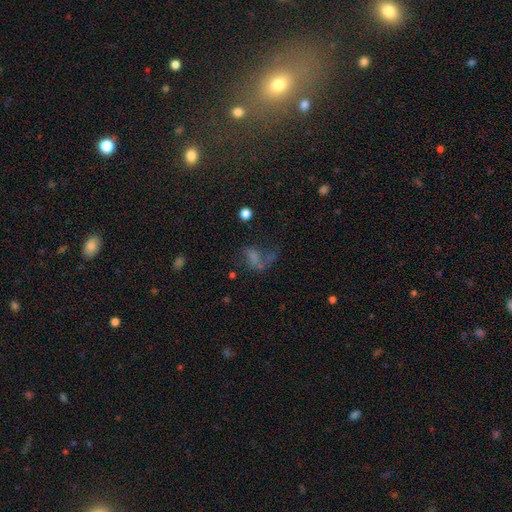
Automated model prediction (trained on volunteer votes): featured or disk 38%, star or artifact 31%, smooth 31%. Down the decision tree: merging — major disturbance (39%).